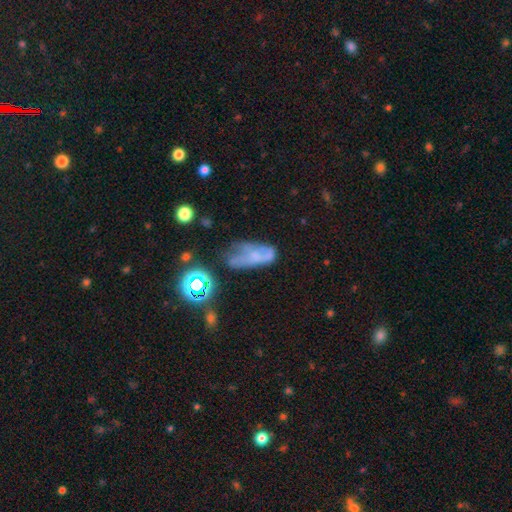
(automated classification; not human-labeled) Smooth or featured? featured or disk (42%)
Merging? none (34%)